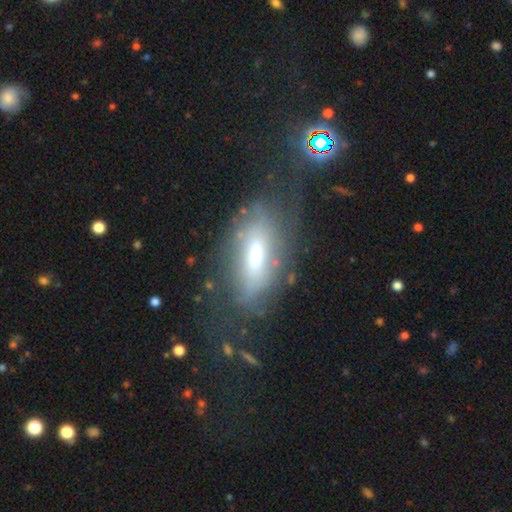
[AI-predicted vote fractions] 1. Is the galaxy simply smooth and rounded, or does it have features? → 45% featured or disk, 44% smooth, 10% star or artifact.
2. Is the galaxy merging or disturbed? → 50% none, 23% minor disturbance, 23% major disturbance, 4% merger.